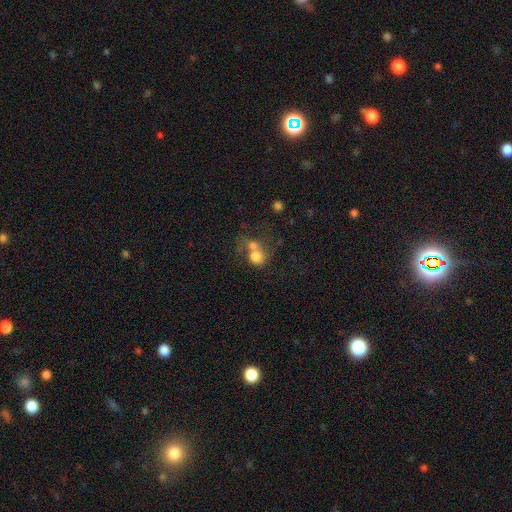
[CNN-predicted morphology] A smooth galaxy with no disk features (72%) that is round (71%). Merging: merger (62%).